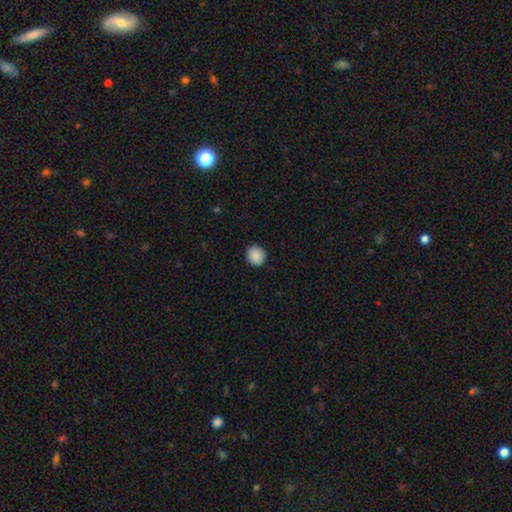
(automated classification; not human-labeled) Morphology: type=smooth (89%); roundness=round (86%); merging=none (89%).